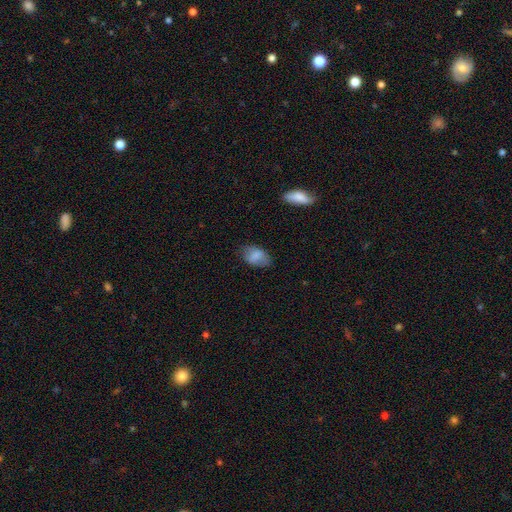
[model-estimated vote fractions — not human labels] This is likely a smooth galaxy (76%). How rounded: clearly in between (88%). Merging: likely none (71%).